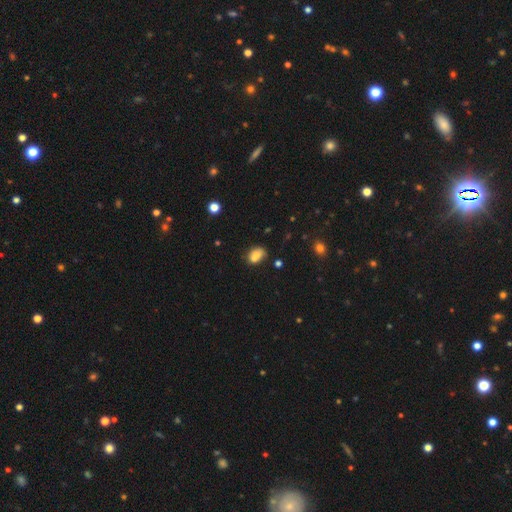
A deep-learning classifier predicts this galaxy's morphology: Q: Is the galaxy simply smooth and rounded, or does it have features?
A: smooth — 82%.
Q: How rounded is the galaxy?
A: in between — 78%.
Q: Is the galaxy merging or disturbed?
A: none — 57%.